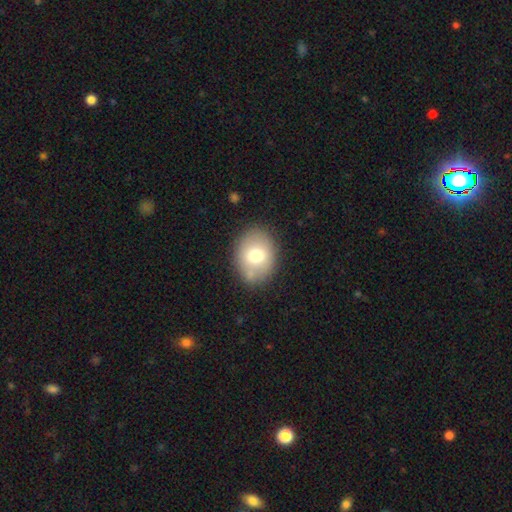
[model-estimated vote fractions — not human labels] smooth_or_featured: smooth (p=0.73) [alt: featured or disk p=0.18]
how_rounded: in between (p=0.60) [alt: round p=0.39]
merging: none (p=0.76) [alt: minor disturbance p=0.15]